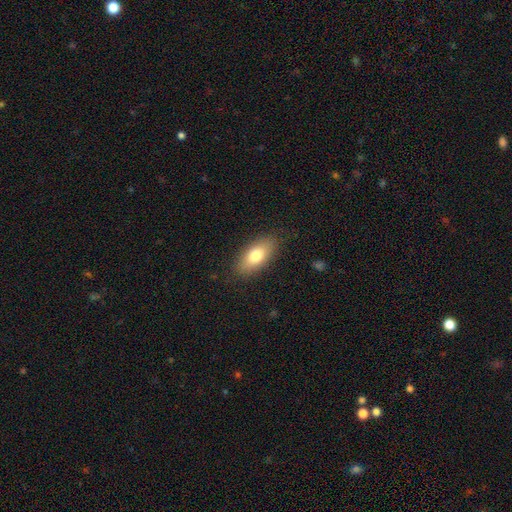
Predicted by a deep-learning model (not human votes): The model was most divided on "smooth or featured": smooth: 77%, featured or disk: 16%, star or artifact: 7%. More confident: how rounded — in between (87%); merging — none (86%).